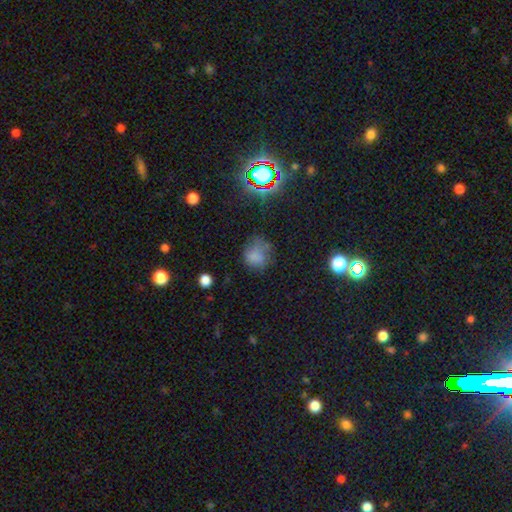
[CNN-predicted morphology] smooth-or-featured: smooth: 68% | star or artifact: 20% | featured or disk: 12%
  how-rounded: round: 72% | in between: 26% | cigar-shaped: 1%
  merging: none: 54% | minor disturbance: 26% | major disturbance: 17% | merger: 3%